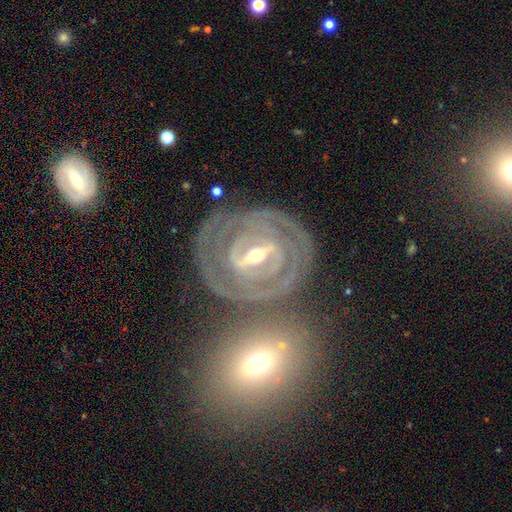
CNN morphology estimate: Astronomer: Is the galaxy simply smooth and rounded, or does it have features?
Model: featured or disk — 90%.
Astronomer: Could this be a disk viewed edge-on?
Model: no — 96%.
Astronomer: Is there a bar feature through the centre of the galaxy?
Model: strong — 64%.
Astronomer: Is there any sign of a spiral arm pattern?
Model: yes — 91%.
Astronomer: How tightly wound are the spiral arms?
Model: tight — 80%.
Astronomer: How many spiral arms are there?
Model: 2 — 41% (runner-up: can't tell, 23%).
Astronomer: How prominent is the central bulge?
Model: small — 50% (runner-up: moderate, 46%).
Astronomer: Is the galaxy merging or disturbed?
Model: none — 61%.